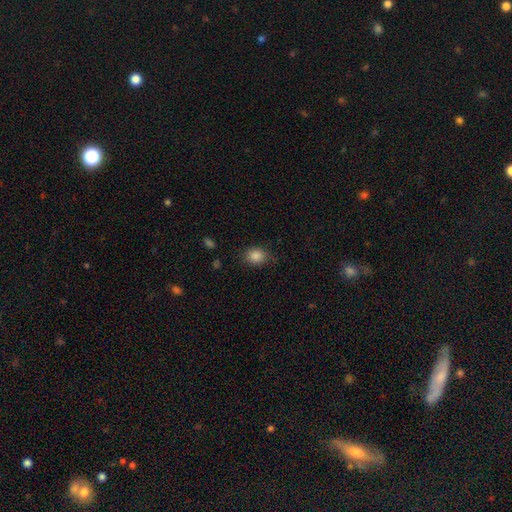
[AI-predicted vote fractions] smooth-or-featured: smooth: 85% | star or artifact: 10% | featured or disk: 5%
  how-rounded: round: 53% | in between: 46% | cigar-shaped: 1%
  merging: none: 79% | minor disturbance: 16% | major disturbance: 4% | merger: 1%